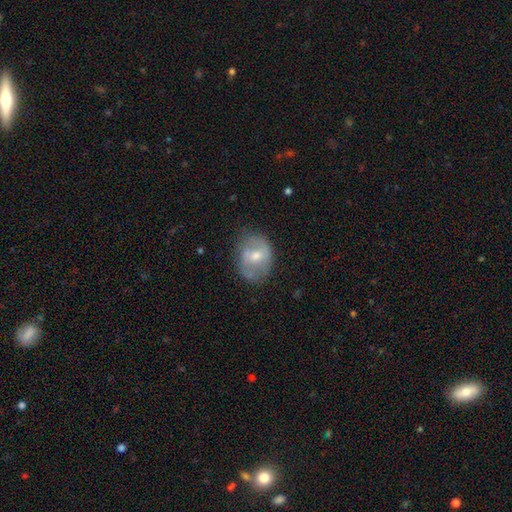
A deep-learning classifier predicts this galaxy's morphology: featured or disk 49%, smooth 44%, star or artifact 7%. Down the decision tree: merging — none (63%).